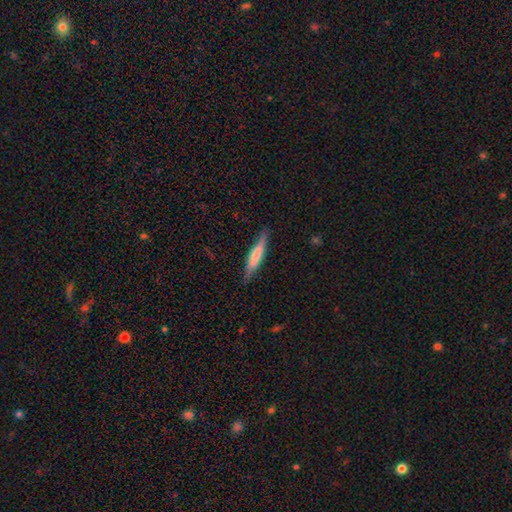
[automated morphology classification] Smooth or featured? smooth (65%)
How rounded? cigar-shaped (89%)
Merging? none (84%)